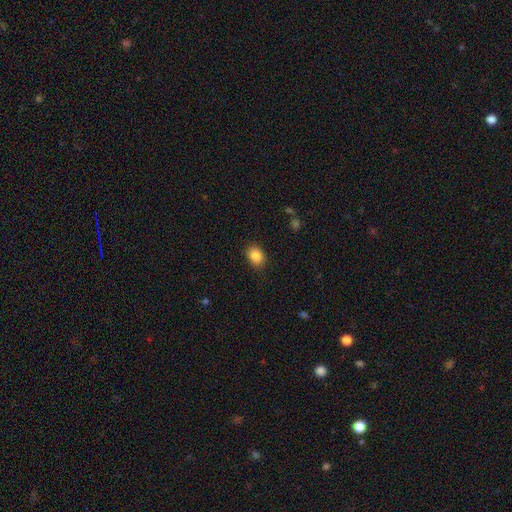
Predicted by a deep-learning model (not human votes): Smooth or featured? smooth (86%)
How rounded? in between (59%)
Merging? none (86%)